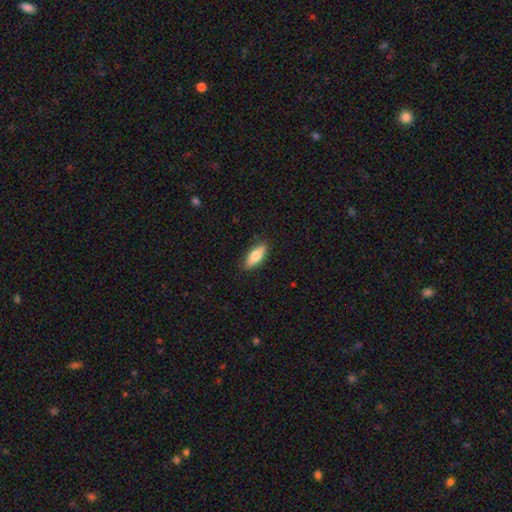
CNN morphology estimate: Smooth or featured? smooth (78%)
How rounded? in between (73%)
Merging? none (87%)